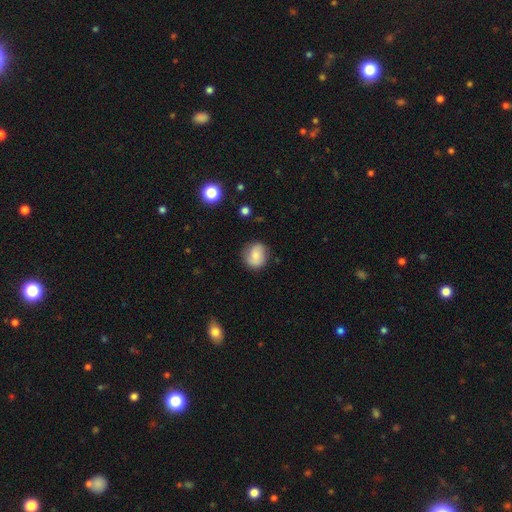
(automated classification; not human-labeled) Smooth or featured: smooth — 73% (featured or disk — 18%)
How rounded: round — 76% (in between — 23%)
Merging: none — 77% (minor disturbance — 17%)